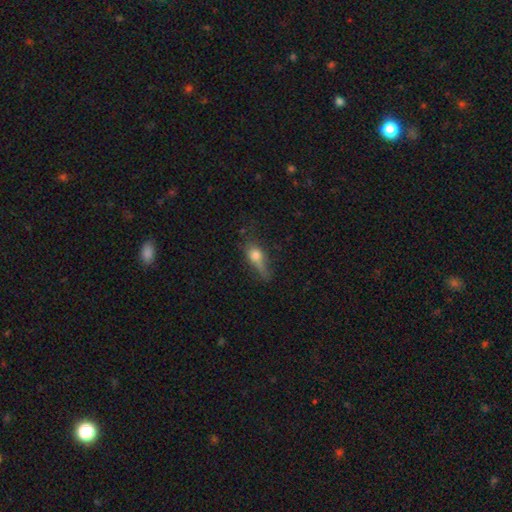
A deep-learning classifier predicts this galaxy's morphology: The model was most divided on "merging": none: 33%, minor disturbance: 31%, major disturbance: 29%, merger: 7%. More confident: smooth or featured — smooth (67%); how rounded — in between (55%).